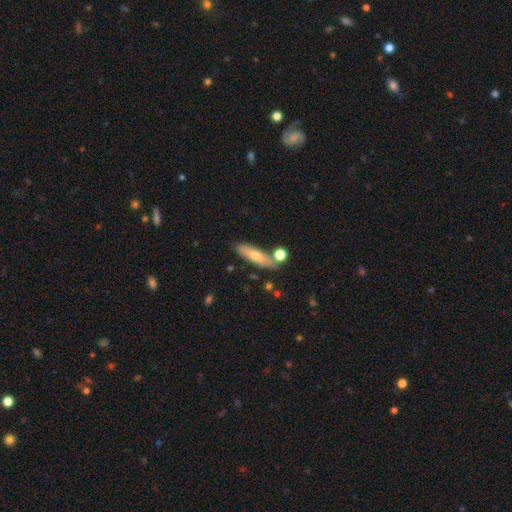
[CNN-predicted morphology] smooth_or_featured: smooth (p=0.58) [alt: featured or disk p=0.33]
how_rounded: cigar-shaped (p=0.63) [alt: in between p=0.33]
merging: none (p=0.75) [alt: minor disturbance p=0.13]